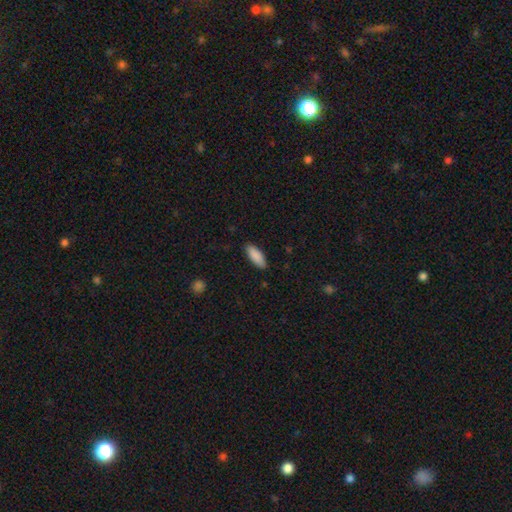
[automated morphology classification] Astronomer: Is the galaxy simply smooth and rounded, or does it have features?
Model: smooth — 90%.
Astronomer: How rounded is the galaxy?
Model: in between — 74%.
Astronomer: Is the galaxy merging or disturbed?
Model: none — 88%.